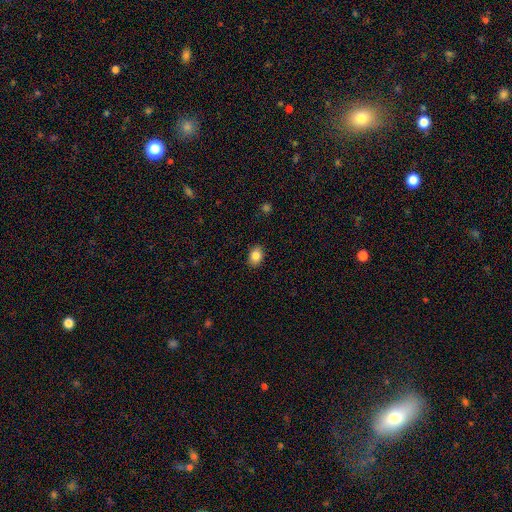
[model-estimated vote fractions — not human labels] This appears to be a smooth galaxy with no disk features (85%) that is in between round and cigar-shaped (72%). Merging: none (89%).